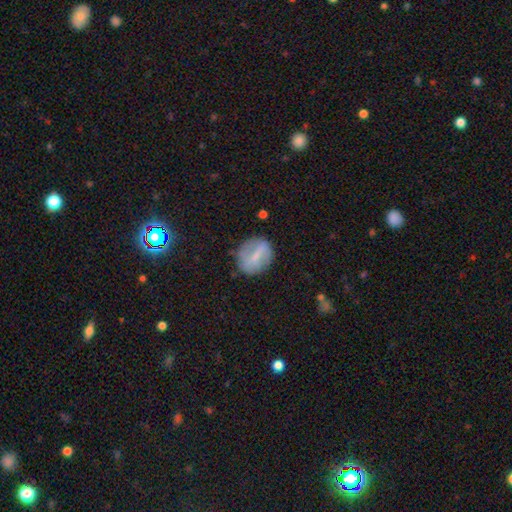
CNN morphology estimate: A smooth galaxy with no disk features (49%).

Vote fractions:
- Smooth or featured? smooth: 49% / featured or disk: 41% / star or artifact: 10%
- Merging? none: 75% / minor disturbance: 17% / major disturbance: 6% / merger: 2%